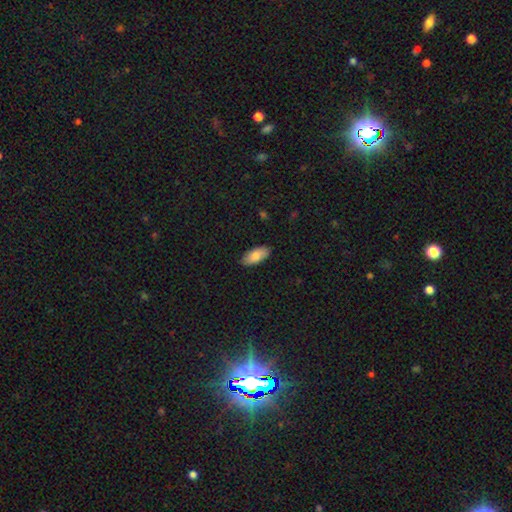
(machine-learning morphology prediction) Smooth or featured?
  - smooth: 84% *
  - featured or disk: 11%
  - star or artifact: 6%
How rounded?
  - in between: 89% *
  - cigar-shaped: 9%
  - round: 2%
Merging?
  - none: 89% *
  - minor disturbance: 9%
  - major disturbance: 2%
  - merger: 1%